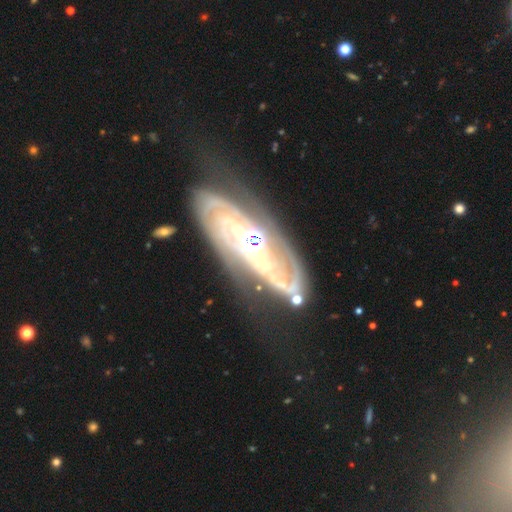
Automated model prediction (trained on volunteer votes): A featured or disk galaxy (89%) with no bar (44%), 2 (54%) tight (49%) spiral arms (97%) and a moderate central bulge (50%).

Vote fractions:
- Smooth or featured? featured or disk: 89% / star or artifact: 6% / smooth: 5%
- Edge-on disk? no: 90% / yes: 10%
- Bar? no: 44% / weak: 35% / strong: 21%
- Spiral arms? yes: 97% / no: 3%
- Spiral winding? tight: 49% / medium: 40% / loose: 11%
- Spiral arm count? 2: 54% / can't tell: 18% / 3: 15% / 4: 5% / 1: 4% / more than 4: 4%
- Bulge size? moderate: 50% / small: 35% / large: 9% / none: 4% / dominant: 2%
- Merging? none: 66% / minor disturbance: 19% / major disturbance: 12% / merger: 3%